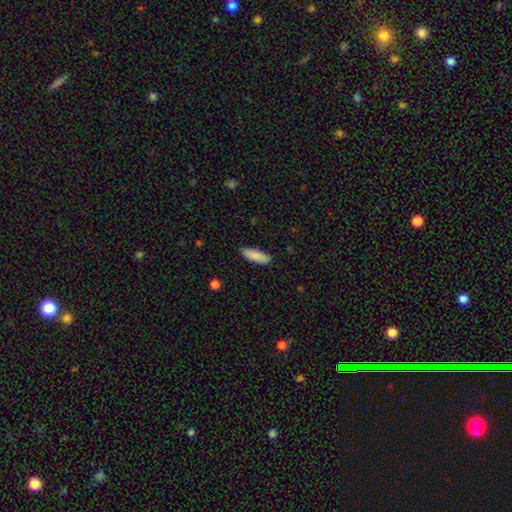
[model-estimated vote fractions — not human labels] Smooth or featured? smooth (88%)
How rounded? in between (58%)
Merging? none (86%)